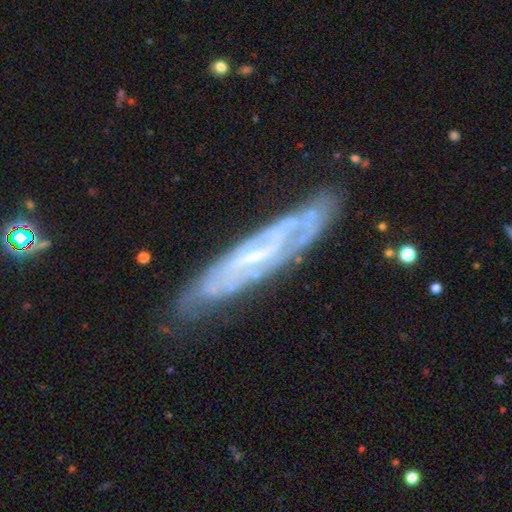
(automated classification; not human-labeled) Morphology: type=featured or disk (79%); edge-on=no (58%); merging=none (74%).